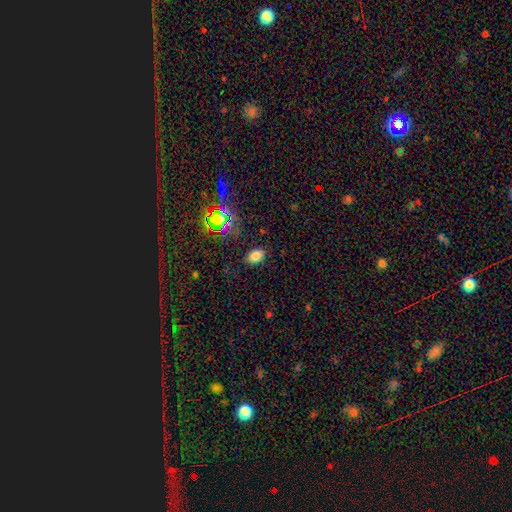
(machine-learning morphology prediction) Q: Smooth or featured?
A: smooth (75%); runner-up: star or artifact (18%)
Q: How rounded?
A: in between (85%); runner-up: round (13%)
Q: Merging?
A: none (85%); runner-up: minor disturbance (11%)